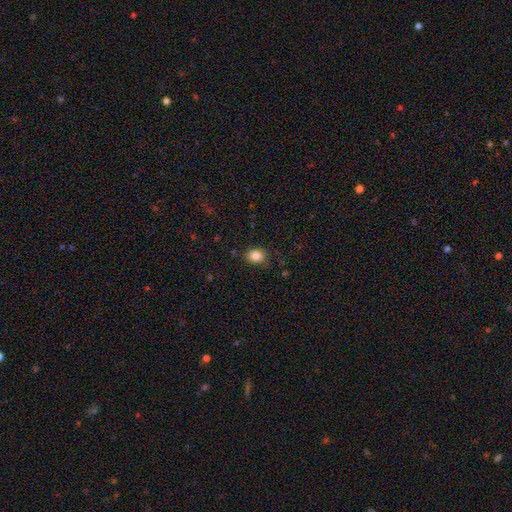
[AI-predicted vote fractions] smooth 85%, star or artifact 10%, featured or disk 5%. Down the decision tree: how rounded — in between (56%); merging — none (83%).